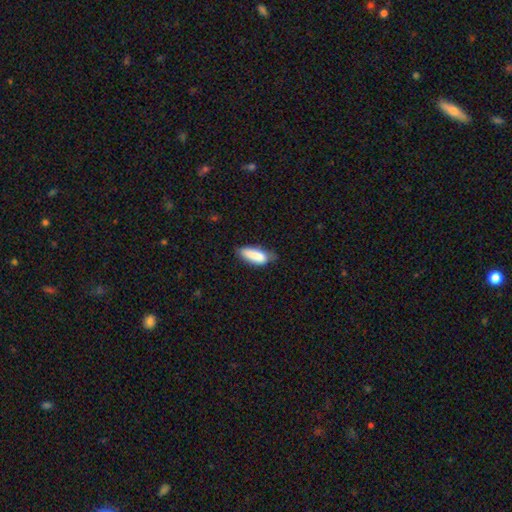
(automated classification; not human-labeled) Smooth or featured? Predicted: smooth (p=0.84). How rounded? Predicted: in between (p=0.66). Merging? Predicted: none (p=0.55).